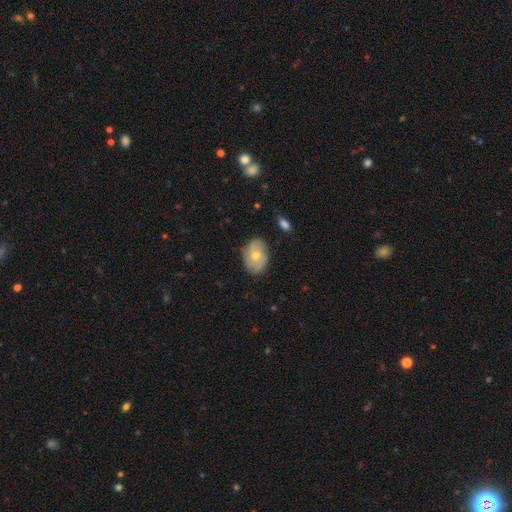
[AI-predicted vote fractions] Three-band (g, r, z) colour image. It shows a featured or disk galaxy (49%). Merging: none (75%).